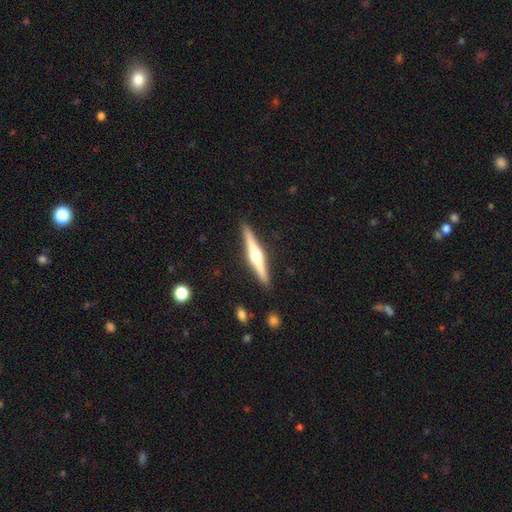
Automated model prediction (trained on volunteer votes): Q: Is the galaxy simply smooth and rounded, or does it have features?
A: featured or disk — 72%.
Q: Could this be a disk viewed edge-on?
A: yes — 98%.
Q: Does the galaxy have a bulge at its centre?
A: rounded — 92%.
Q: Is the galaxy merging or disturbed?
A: none — 90%.